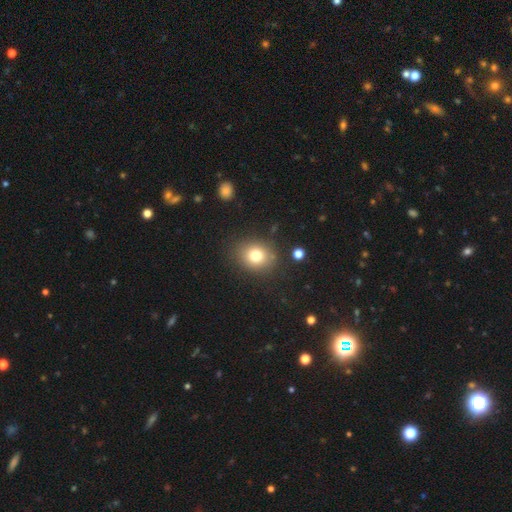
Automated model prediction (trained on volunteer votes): Q: Smooth or featured?
A: smooth (77%); runner-up: star or artifact (13%)
Q: How rounded?
A: round (69%); runner-up: in between (30%)
Q: Merging?
A: none (85%); runner-up: minor disturbance (9%)